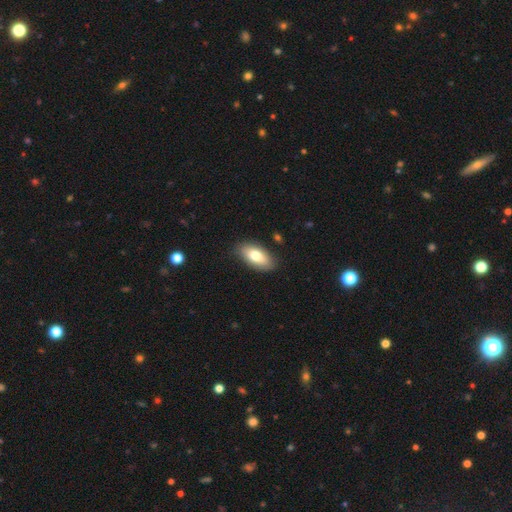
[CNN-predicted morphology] Overall: smooth (77%). How rounded: in between (91%). Merging: none (85%).